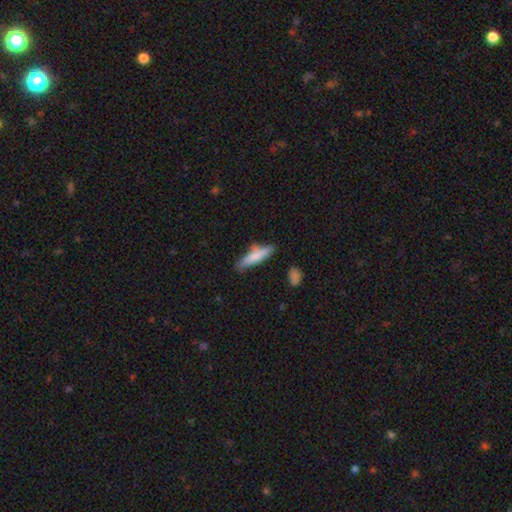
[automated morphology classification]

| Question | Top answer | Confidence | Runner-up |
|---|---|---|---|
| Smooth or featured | smooth | 75% | featured or disk (19%) |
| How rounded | cigar-shaped | 76% | in between (22%) |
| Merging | none | 68% | minor disturbance (22%) |